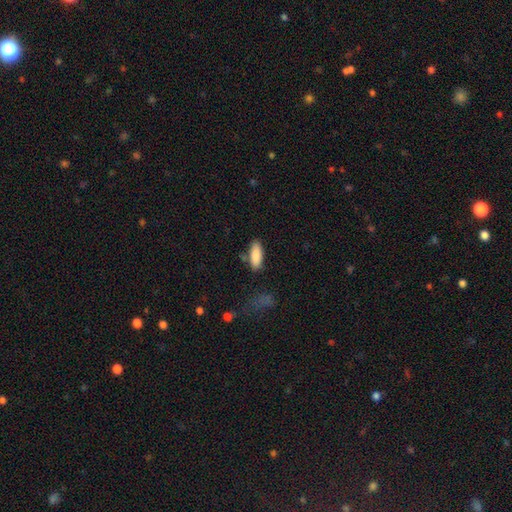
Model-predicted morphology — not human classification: Smooth or featured?
  - smooth: 88% *
  - star or artifact: 6%
  - featured or disk: 6%
How rounded?
  - in between: 75% *
  - cigar-shaped: 23%
  - round: 2%
Merging?
  - none: 79% *
  - minor disturbance: 13%
  - merger: 5%
  - major disturbance: 3%